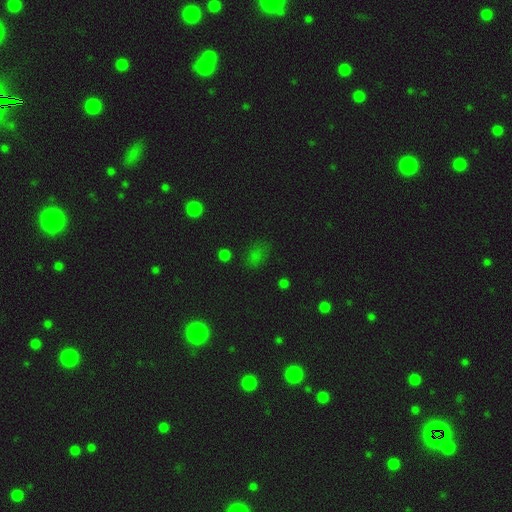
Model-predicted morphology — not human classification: Smooth or featured? smooth (64%)
How rounded? in between (67%)
Merging? none (70%)